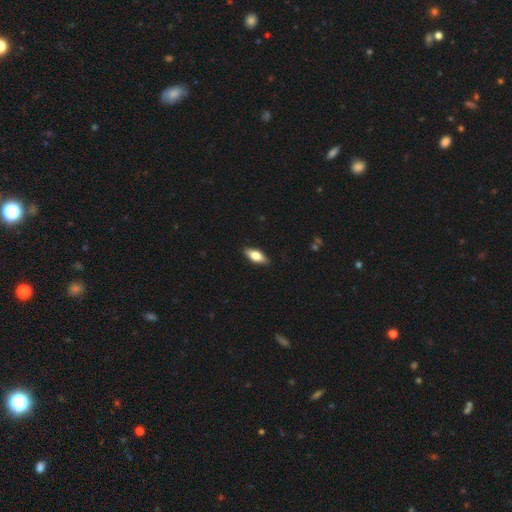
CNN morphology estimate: Smooth or featured?
  - smooth: 69% *
  - featured or disk: 25%
  - star or artifact: 6%
How rounded?
  - in between: 78% *
  - cigar-shaped: 19%
  - round: 3%
Merging?
  - none: 89% *
  - minor disturbance: 9%
  - major disturbance: 2%
  - merger: 1%